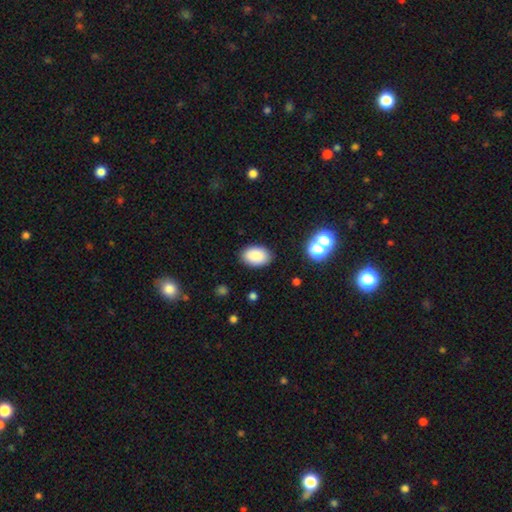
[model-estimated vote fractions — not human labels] The model was most divided on "merging": none: 87%, minor disturbance: 9%, major disturbance: 2%, merger: 1%. More confident: how rounded — in between (90%); smooth or featured — smooth (88%).